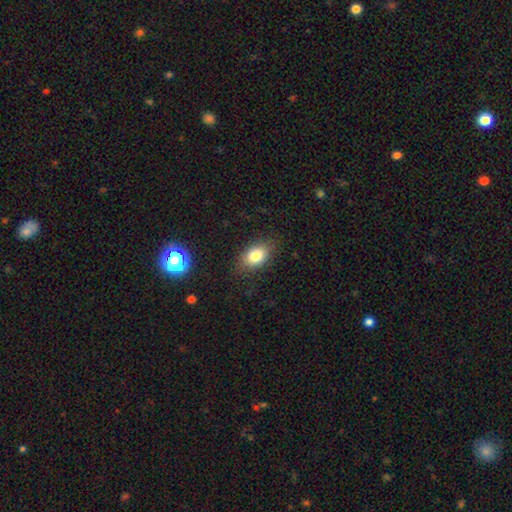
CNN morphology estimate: Smooth or featured: smooth — 80% (featured or disk — 10%)
How rounded: in between — 84% (round — 14%)
Merging: none — 81% (minor disturbance — 14%)